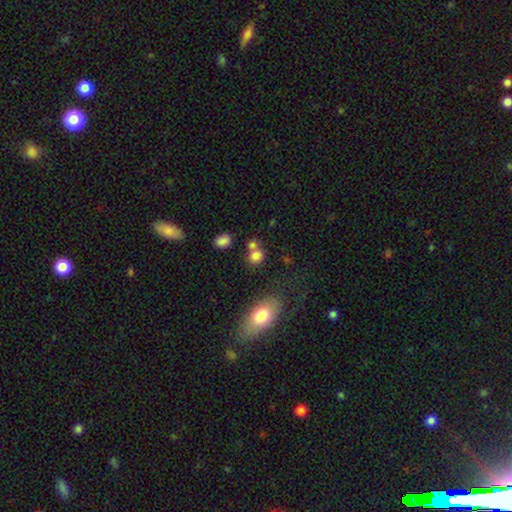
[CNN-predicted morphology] A smooth galaxy with no disk features (79%) that is round (64%).

Vote fractions:
- Smooth or featured? smooth: 79% / star or artifact: 13% / featured or disk: 8%
- How rounded? round: 64% / in between: 34% / cigar-shaped: 1%
- Merging? none: 50% / merger: 34% / minor disturbance: 11% / major disturbance: 5%